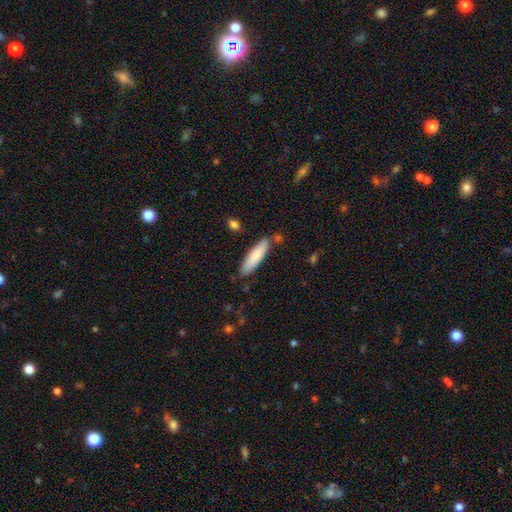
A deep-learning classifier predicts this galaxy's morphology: Smooth or featured: smooth — 82% (featured or disk — 13%)
How rounded: cigar-shaped — 70% (in between — 28%)
Merging: none — 82% (minor disturbance — 12%)